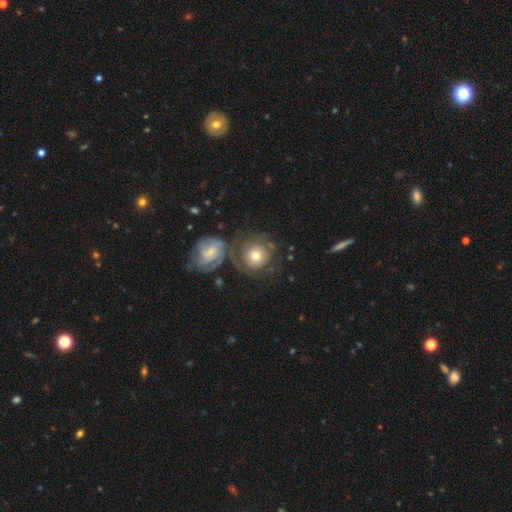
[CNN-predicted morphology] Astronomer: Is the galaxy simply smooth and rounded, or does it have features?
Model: smooth — 49% (runner-up: featured or disk, 44%).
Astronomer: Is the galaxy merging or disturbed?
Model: none — 52%.